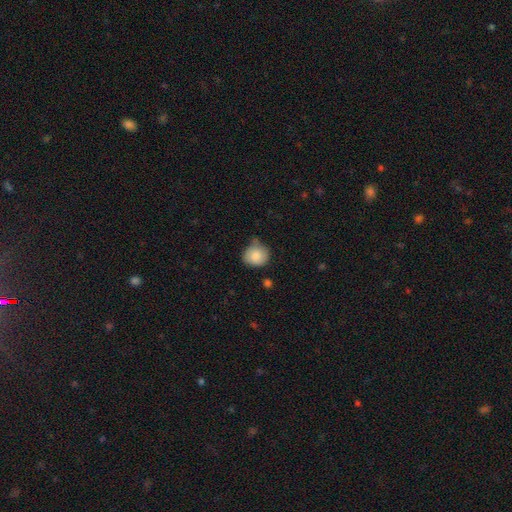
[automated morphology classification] smooth 85%, star or artifact 8%, featured or disk 8%. Down the decision tree: how rounded — round (80%); merging — none (56%).